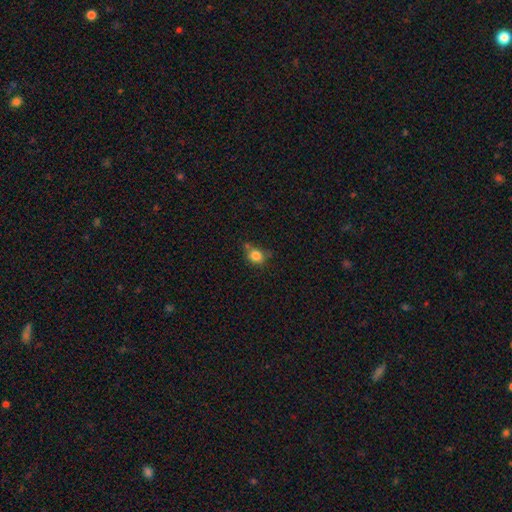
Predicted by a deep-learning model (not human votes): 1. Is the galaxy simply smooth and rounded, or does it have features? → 82% smooth, 11% star or artifact, 6% featured or disk.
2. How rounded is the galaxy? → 71% round, 28% in between, 1% cigar-shaped.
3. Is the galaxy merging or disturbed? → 58% none, 24% minor disturbance, 11% merger, 7% major disturbance.